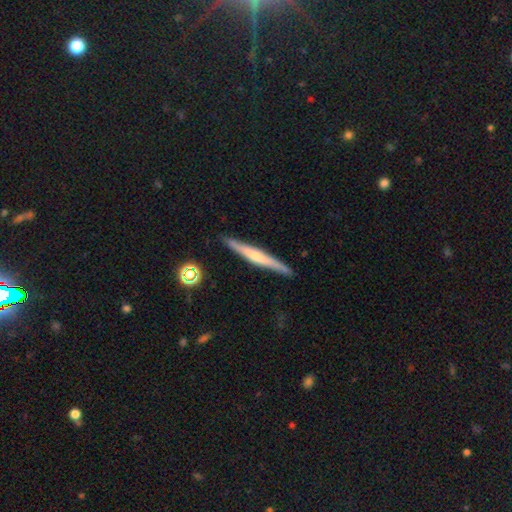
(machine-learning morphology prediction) featured or disk 57%, smooth 37%, star or artifact 6%. Down the decision tree: edge-on disk — yes (96%); edge-on bulge — rounded (51%); merging — none (88%).